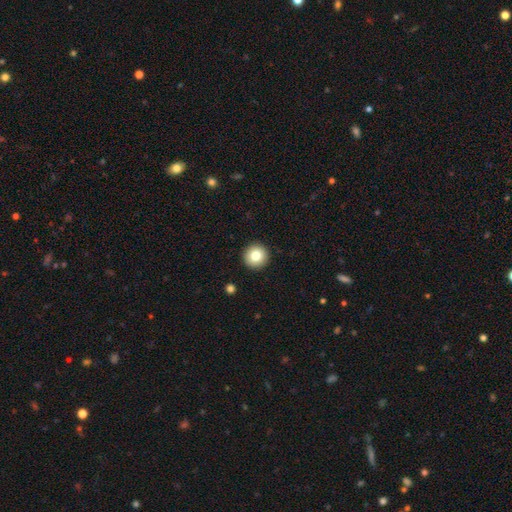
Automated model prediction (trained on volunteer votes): Morphology: type=smooth (80%); roundness=round (96%); merging=none (93%).